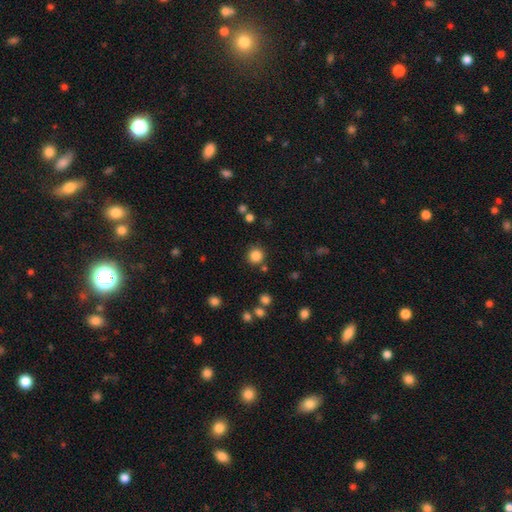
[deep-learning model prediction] Smooth or featured? smooth (84%)
How rounded? round (94%)
Merging? none (84%)